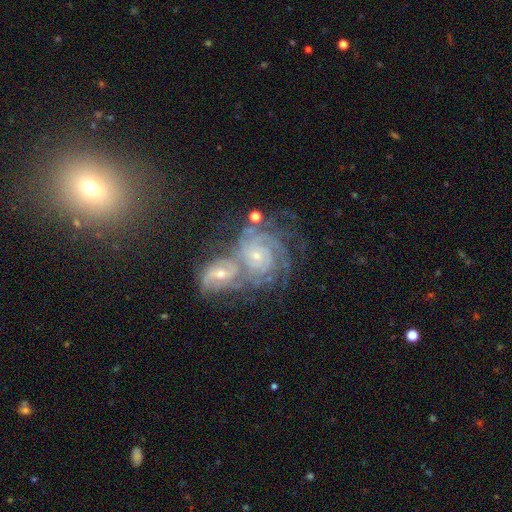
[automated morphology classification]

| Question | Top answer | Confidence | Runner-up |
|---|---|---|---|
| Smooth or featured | featured or disk | 62% | star or artifact (20%) |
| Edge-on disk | no | 96% | yes (4%) |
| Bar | no | 62% | weak (30%) |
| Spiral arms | yes | 80% | no (20%) |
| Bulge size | small | 58% | moderate (33%) |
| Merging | none | 42% | merger (37%) |